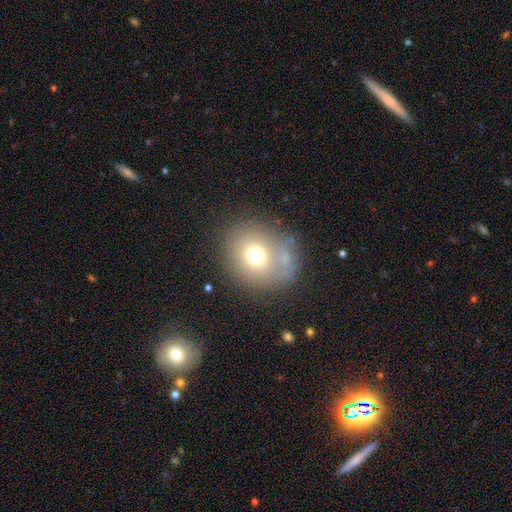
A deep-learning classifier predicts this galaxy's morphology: A smooth galaxy with no disk features (67%) that is round (71%). Merging: none (67%).